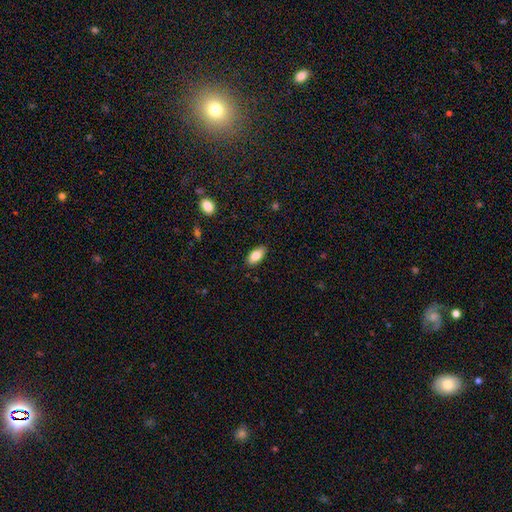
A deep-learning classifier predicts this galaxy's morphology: The model was most divided on "smooth or featured": smooth: 83%, featured or disk: 10%, star or artifact: 7%. More confident: how rounded — in between (91%); merging — none (87%).